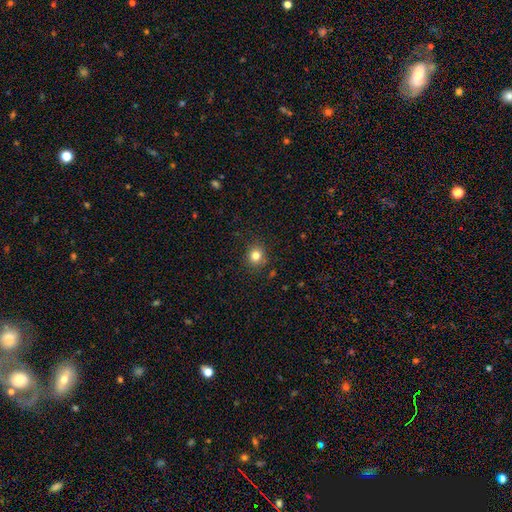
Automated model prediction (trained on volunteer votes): A smooth galaxy with no disk features (81%) that is round (86%). Merging: none (88%).